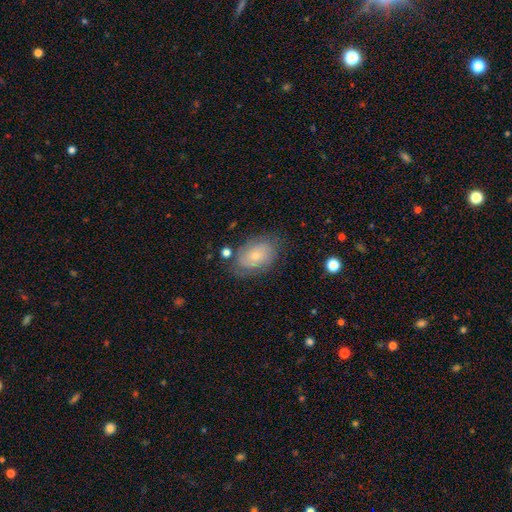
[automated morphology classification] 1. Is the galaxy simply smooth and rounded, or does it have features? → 53% smooth, 39% featured or disk, 8% star or artifact.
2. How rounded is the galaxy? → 86% in between, 12% round, 1% cigar-shaped.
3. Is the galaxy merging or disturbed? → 71% none, 20% minor disturbance, 7% major disturbance, 3% merger.